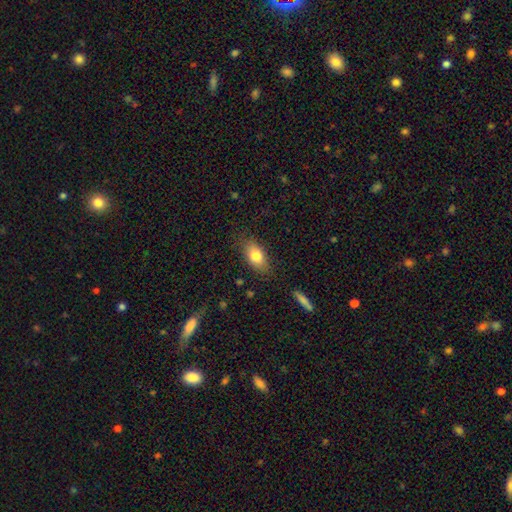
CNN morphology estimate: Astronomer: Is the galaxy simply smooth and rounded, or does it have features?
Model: smooth — 79%.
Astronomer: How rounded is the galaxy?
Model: in between — 87%.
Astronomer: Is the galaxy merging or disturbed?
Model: none — 82%.